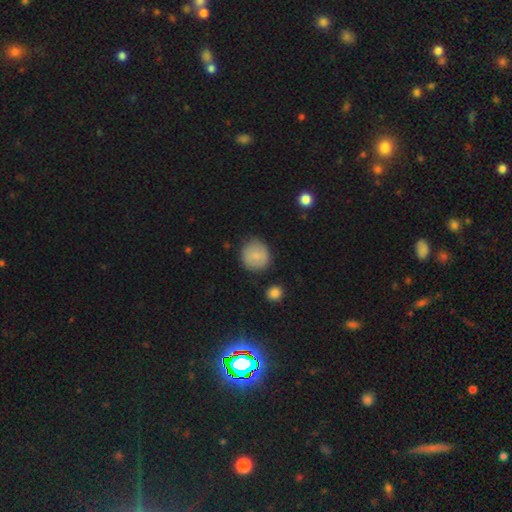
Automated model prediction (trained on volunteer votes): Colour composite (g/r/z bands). It shows a smooth galaxy with no disk features (83%) that is round (90%). Merging: none (82%).